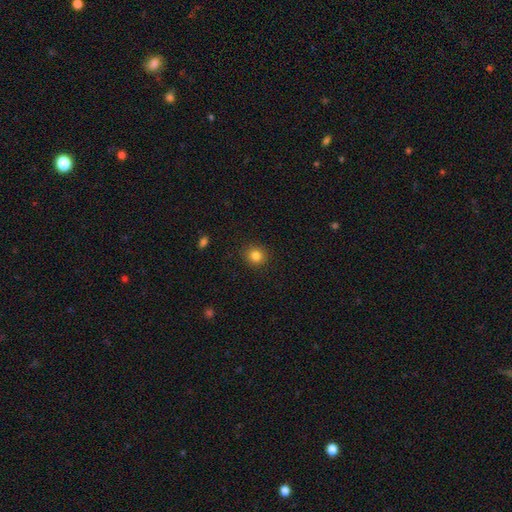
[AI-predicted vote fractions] Smooth or featured: smooth — 84% (star or artifact — 11%)
How rounded: round — 90% (in between — 9%)
Merging: none — 91% (minor disturbance — 6%)